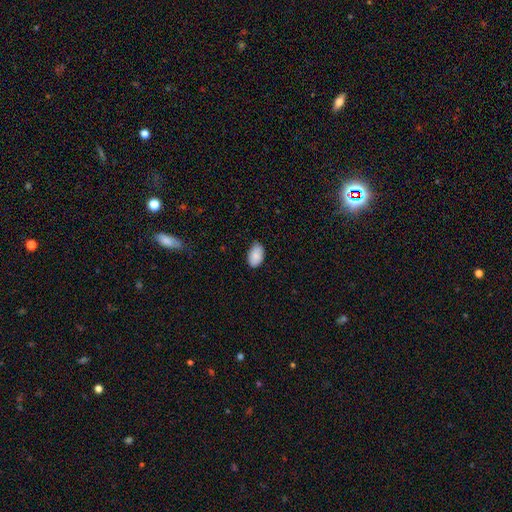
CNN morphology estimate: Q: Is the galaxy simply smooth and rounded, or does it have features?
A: smooth — 88%.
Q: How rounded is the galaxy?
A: in between — 92%.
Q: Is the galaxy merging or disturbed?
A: none — 73%.